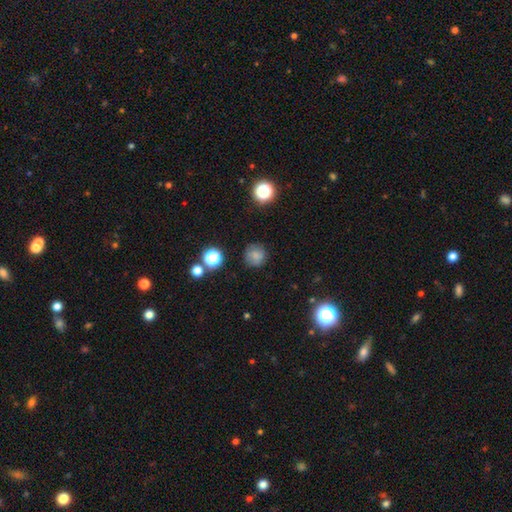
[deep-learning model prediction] Overall: smooth (73%). How rounded: round (91%). Merging: none (80%).